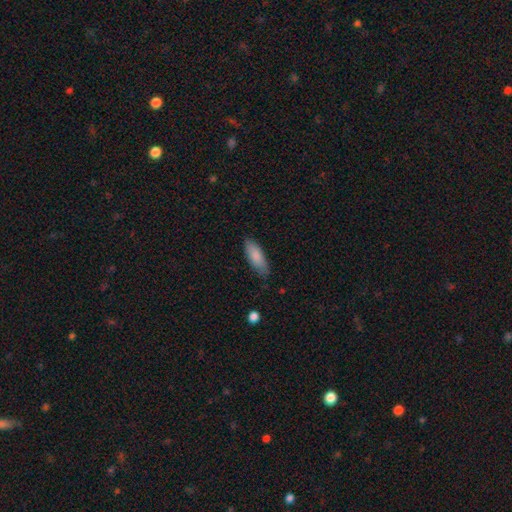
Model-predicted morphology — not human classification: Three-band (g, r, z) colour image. It shows a smooth galaxy with no disk features (85%) that is in between round and cigar-shaped (68%). Merging: none (75%).